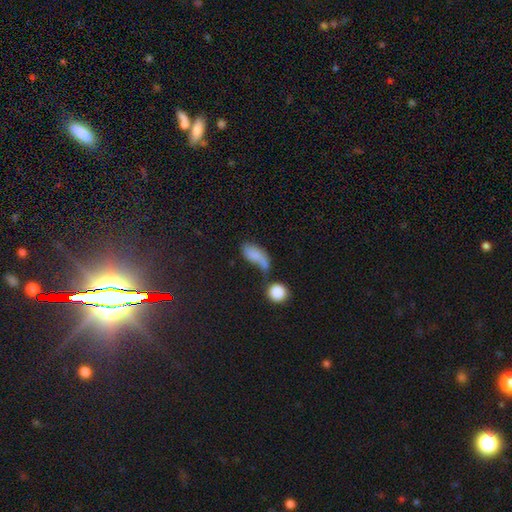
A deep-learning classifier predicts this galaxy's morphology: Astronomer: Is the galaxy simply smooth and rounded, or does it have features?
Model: smooth — 72%.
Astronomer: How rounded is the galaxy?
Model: in between — 81%.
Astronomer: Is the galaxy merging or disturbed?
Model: merger — 37% (runner-up: none, 26%).